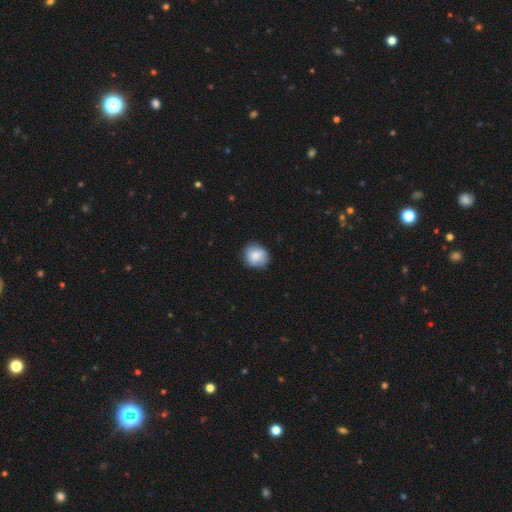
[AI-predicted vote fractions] Morphology: type=smooth (80%); roundness=round (80%); merging=none (81%).